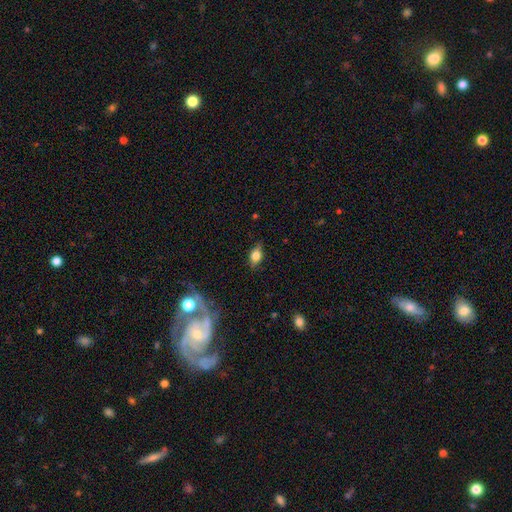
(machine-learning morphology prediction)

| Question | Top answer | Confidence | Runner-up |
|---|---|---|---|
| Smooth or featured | smooth | 67% | featured or disk (23%) |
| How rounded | in between | 77% | round (17%) |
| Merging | none | 77% | minor disturbance (18%) |